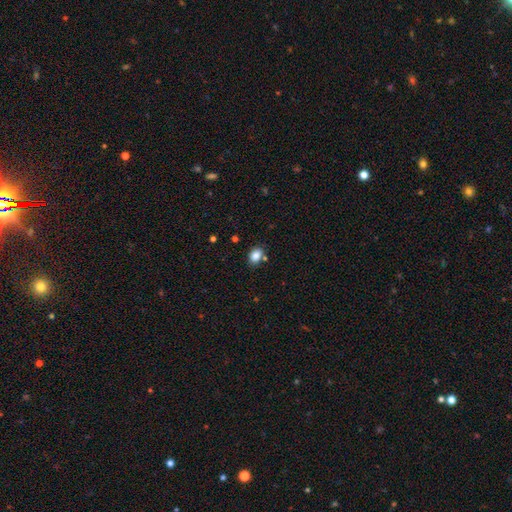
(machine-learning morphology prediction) This appears to be a smooth galaxy with no disk features (85%) that is in between round and cigar-shaped (69%). Merging: none (78%).